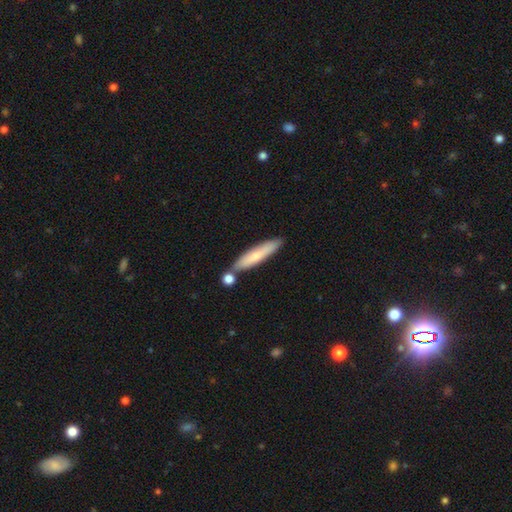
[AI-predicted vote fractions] Overall: smooth (70%). How rounded: cigar-shaped (87%). Merging: none (74%).